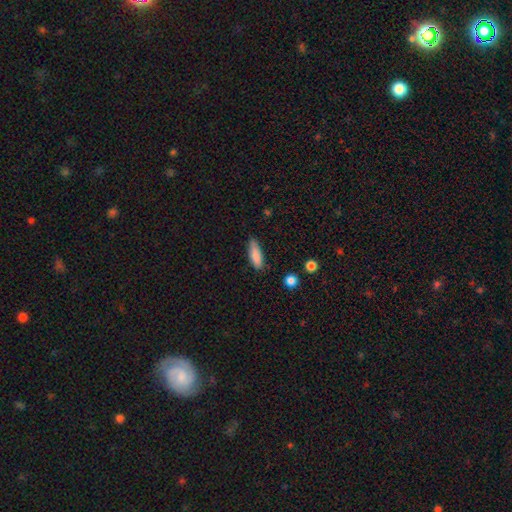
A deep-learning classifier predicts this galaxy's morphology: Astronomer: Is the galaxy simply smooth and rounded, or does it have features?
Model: smooth — 85%.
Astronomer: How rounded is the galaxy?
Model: cigar-shaped — 50% (runner-up: in between, 49%).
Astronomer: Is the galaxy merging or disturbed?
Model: none — 76%.